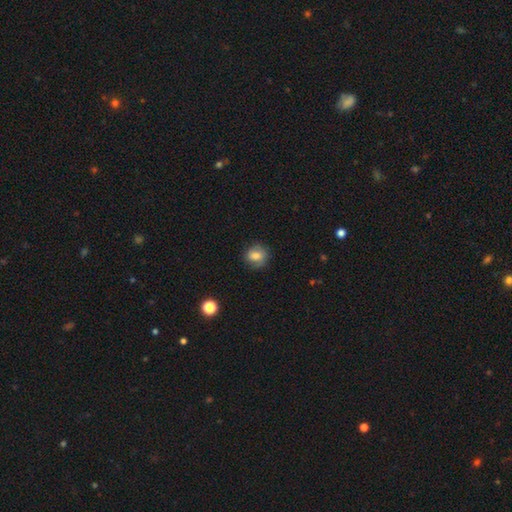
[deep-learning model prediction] A smooth galaxy with no disk features (70%) that is round (80%). Merging: none (76%).